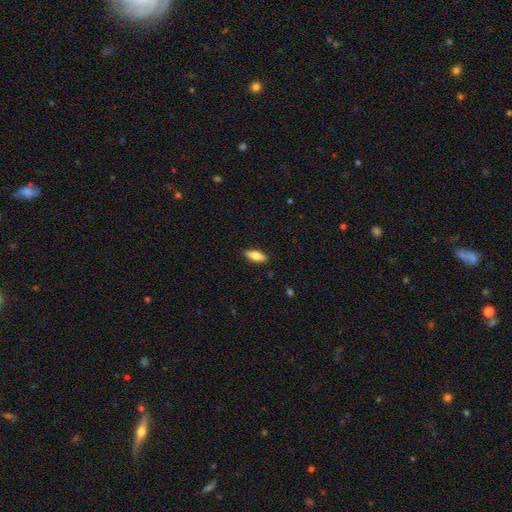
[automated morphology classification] This is likely a smooth galaxy (66%). How rounded: likely in between (67%). Merging: clearly none (89%).